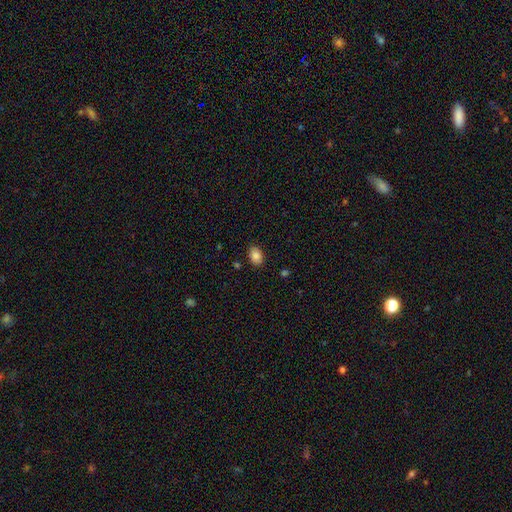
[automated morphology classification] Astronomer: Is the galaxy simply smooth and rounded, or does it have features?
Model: smooth — 84%.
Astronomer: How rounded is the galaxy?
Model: in between — 83%.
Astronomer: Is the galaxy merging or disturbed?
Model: none — 85%.